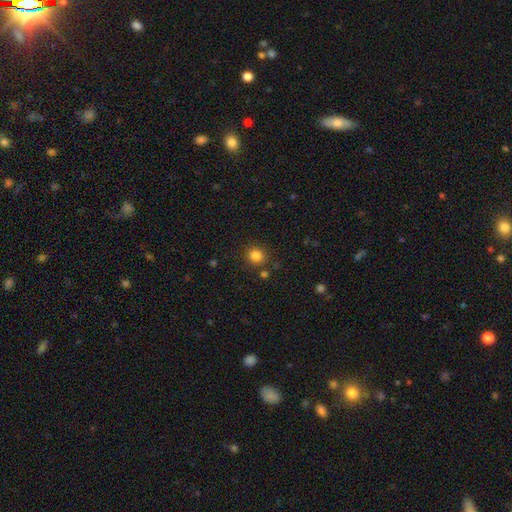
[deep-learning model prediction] A smooth galaxy with no disk features (83%) that is round (86%). Merging: none (85%).